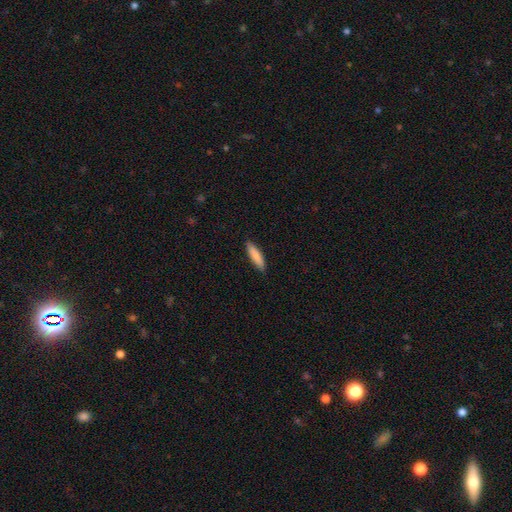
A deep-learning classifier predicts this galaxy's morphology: smooth_or_featured: smooth (p=0.86) [alt: featured or disk p=0.08]
how_rounded: cigar-shaped (p=0.74) [alt: in between p=0.25]
merging: none (p=0.90) [alt: minor disturbance p=0.08]